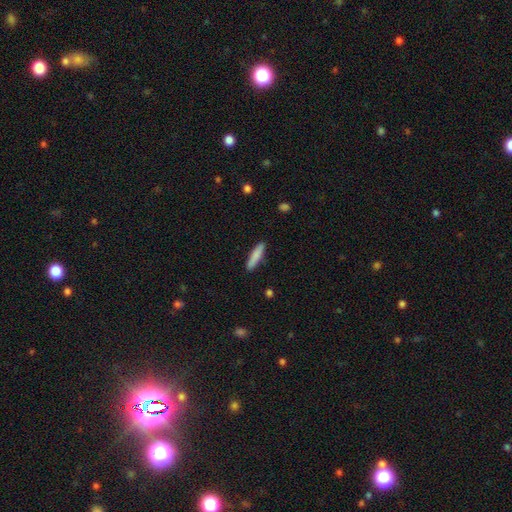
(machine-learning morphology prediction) A smooth galaxy with no disk features (83%) that is cigar-shaped (83%). Merging: none (88%).